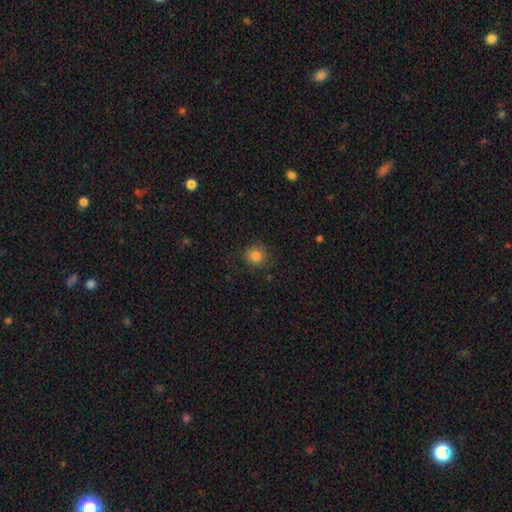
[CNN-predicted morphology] smooth 83%, star or artifact 12%, featured or disk 5%. Down the decision tree: how rounded — round (88%); merging — none (87%).